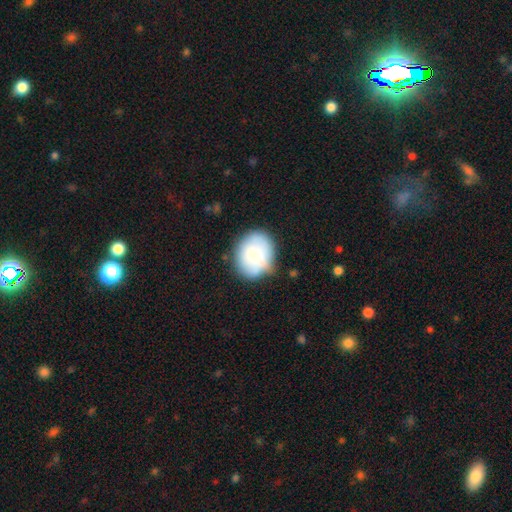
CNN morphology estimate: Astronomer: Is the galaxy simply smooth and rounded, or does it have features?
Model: smooth — 68%.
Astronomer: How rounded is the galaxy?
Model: round — 61% (runner-up: in between, 38%).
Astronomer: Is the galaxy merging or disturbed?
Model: none — 58%.